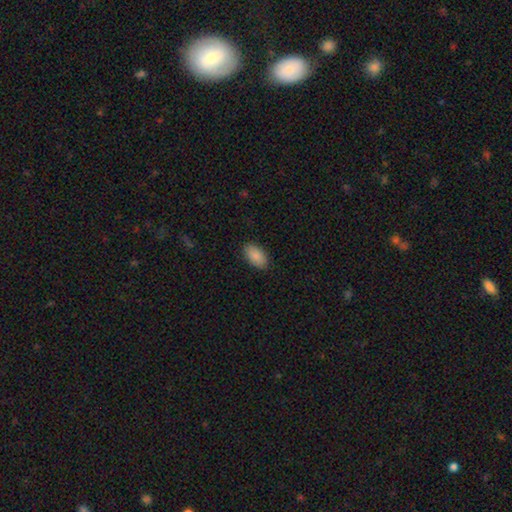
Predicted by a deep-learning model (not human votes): smooth-or-featured: smooth: 90% | star or artifact: 6% | featured or disk: 4%
  how-rounded: in between: 95% | round: 3% | cigar-shaped: 2%
  merging: none: 88% | minor disturbance: 9% | major disturbance: 2% | merger: 1%